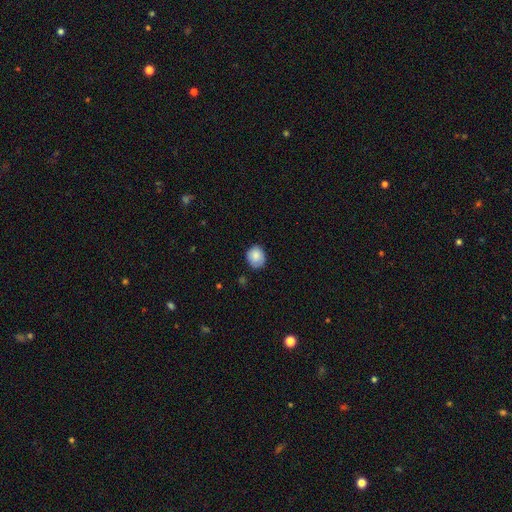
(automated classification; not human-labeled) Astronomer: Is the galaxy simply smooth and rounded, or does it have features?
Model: smooth — 85%.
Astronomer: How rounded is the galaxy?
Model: round — 65%.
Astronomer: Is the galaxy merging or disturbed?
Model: none — 73%.